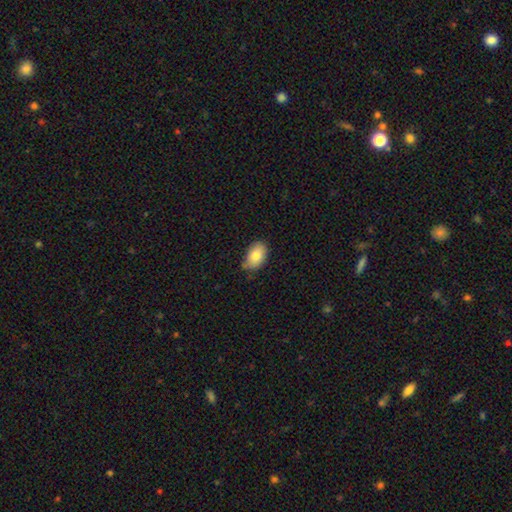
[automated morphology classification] Overall: smooth (80%). How rounded: in between (88%). Merging: none (69%).